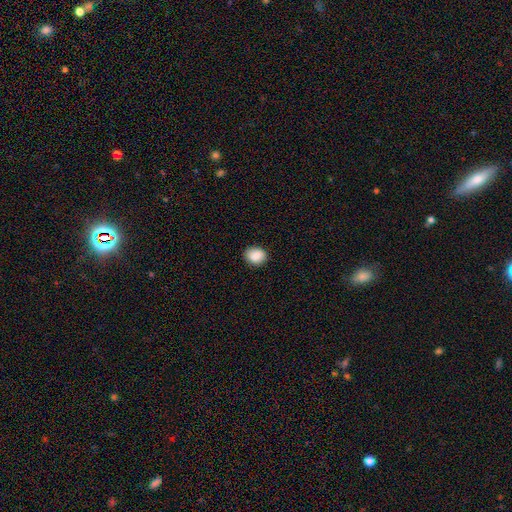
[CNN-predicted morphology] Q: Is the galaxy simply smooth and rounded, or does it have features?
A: smooth — 89%.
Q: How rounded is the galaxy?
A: round — 55%.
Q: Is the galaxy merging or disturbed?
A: none — 88%.